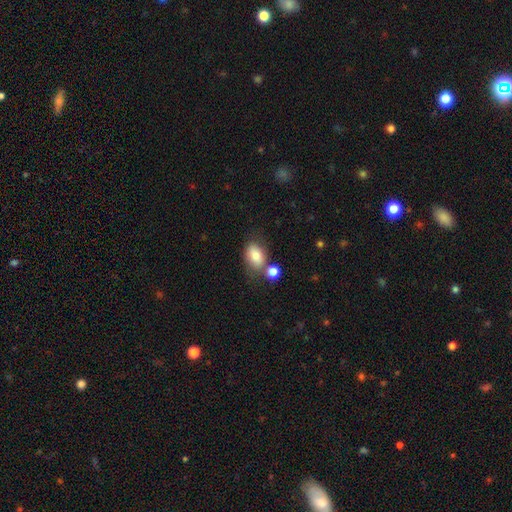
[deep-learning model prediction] smooth-or-featured: smooth: 79% | featured or disk: 12% | star or artifact: 9%
  how-rounded: in between: 79% | round: 19% | cigar-shaped: 1%
  merging: none: 58% | merger: 20% | minor disturbance: 16% | major disturbance: 6%